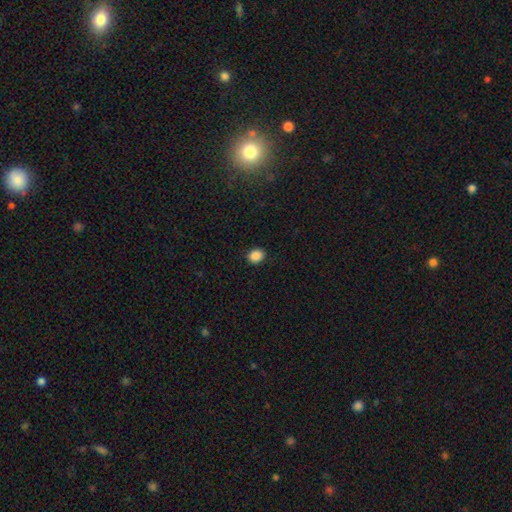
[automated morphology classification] A smooth galaxy with no disk features (88%) that is round (62%). Merging: none (90%).